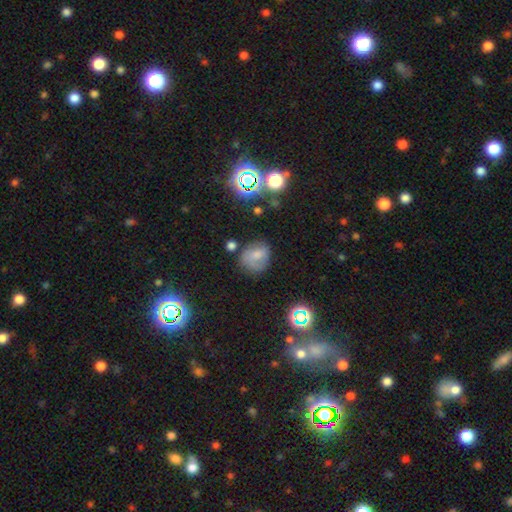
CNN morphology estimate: A smooth galaxy with no disk features (64%) that is round (58%). Merging: none (55%).